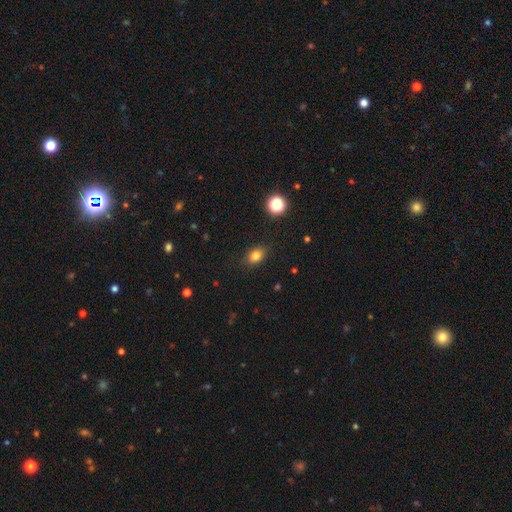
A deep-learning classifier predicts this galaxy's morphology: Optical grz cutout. It shows a smooth galaxy with no disk features (81%) that is in between round and cigar-shaped (70%). Merging: none (86%).